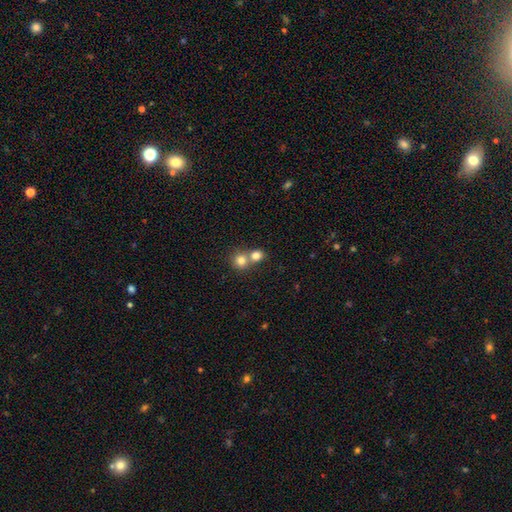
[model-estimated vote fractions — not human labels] Q: Smooth or featured?
A: smooth (79%); runner-up: star or artifact (12%)
Q: How rounded?
A: round (81%); runner-up: in between (18%)
Q: Merging?
A: merger (50%); runner-up: none (43%)